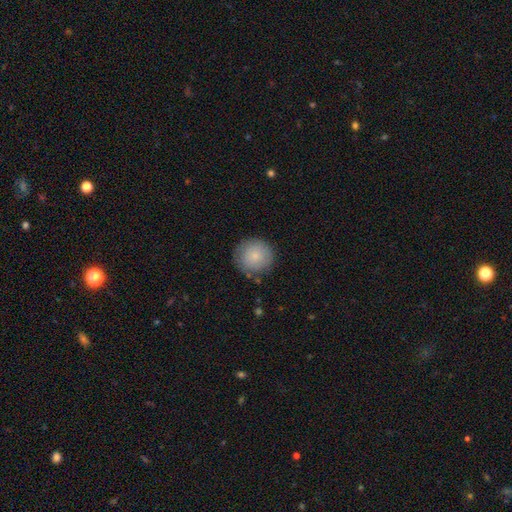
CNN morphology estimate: Smooth or featured? smooth (82%)
How rounded? round (94%)
Merging? none (81%)